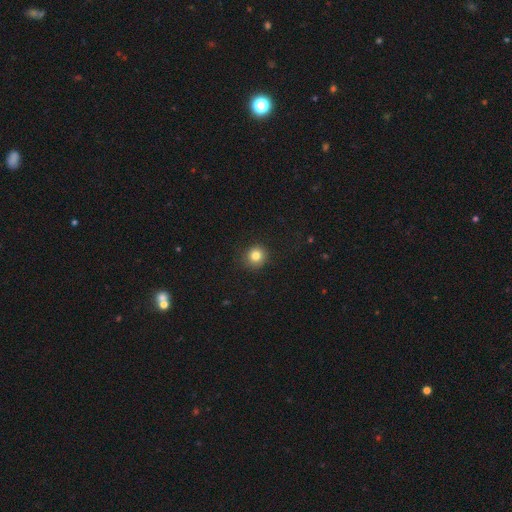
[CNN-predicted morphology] A smooth galaxy with no disk features (81%) that is round (92%). Merging: none (88%).